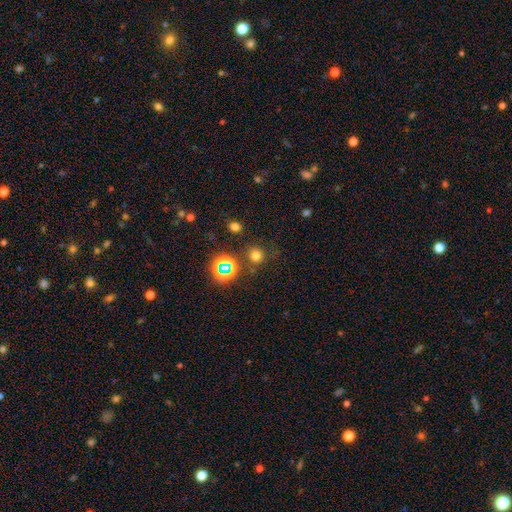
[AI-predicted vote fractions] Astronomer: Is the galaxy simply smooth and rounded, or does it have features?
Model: smooth — 67%.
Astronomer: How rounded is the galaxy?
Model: round — 89%.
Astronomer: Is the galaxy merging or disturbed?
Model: none — 79%.